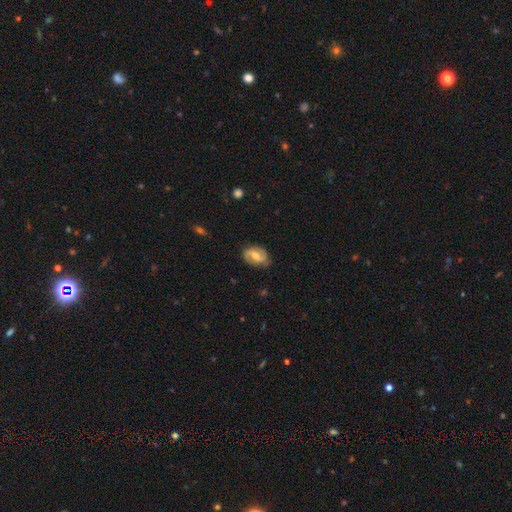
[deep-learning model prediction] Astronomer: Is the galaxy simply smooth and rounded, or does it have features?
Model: featured or disk — 65%.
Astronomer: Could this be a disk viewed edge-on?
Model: no — 97%.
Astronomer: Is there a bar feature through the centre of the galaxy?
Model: weak — 49% (runner-up: no, 31%).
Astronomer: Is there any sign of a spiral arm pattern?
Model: yes — 90%.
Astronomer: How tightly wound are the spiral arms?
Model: medium — 42% (runner-up: loose, 35%).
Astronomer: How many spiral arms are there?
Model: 2 — 87%.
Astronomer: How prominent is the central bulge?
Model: moderate — 60%.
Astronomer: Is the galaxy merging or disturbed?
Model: none — 74%.